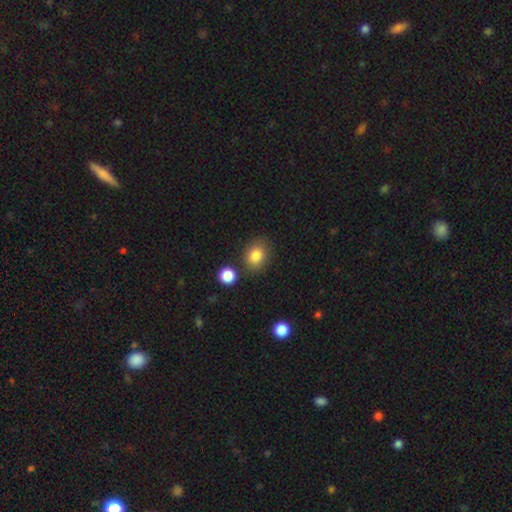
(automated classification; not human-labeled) This appears to be a smooth galaxy with no disk features (84%) that is in between round and cigar-shaped (51%). Merging: none (75%).